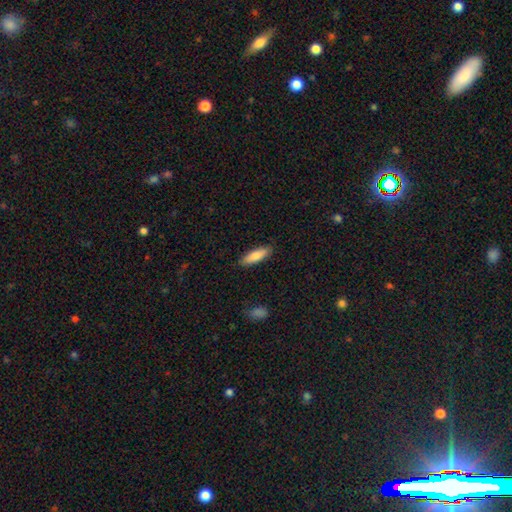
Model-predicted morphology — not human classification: Q: Smooth or featured?
A: smooth (80%); runner-up: featured or disk (14%)
Q: How rounded?
A: in between (53%); runner-up: cigar-shaped (46%)
Q: Merging?
A: none (87%); runner-up: minor disturbance (10%)